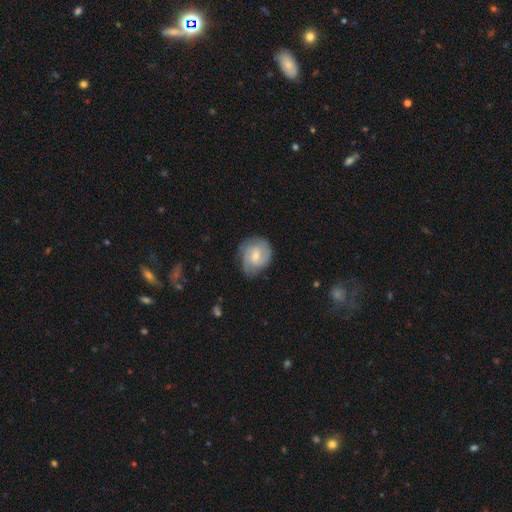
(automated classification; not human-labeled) Morphology: type=featured or disk (64%); edge-on=no (97%); bar=weak (52%); spiral arms=yes (90%); winding=tight (44%); arm count=2 (50%); bulge=small (49%); merging=none (70%).